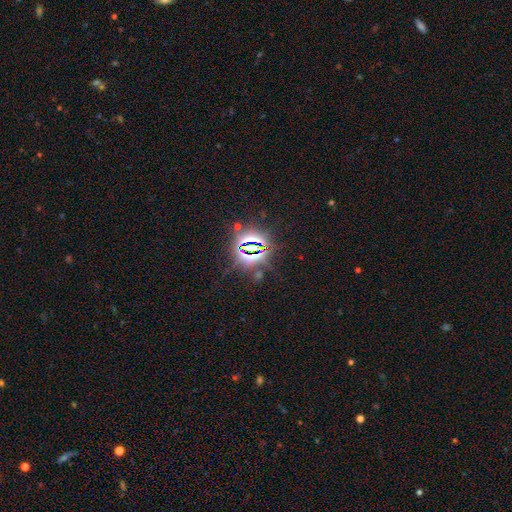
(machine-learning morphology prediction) Q: Smooth or featured?
A: star or artifact (82%); runner-up: smooth (11%)